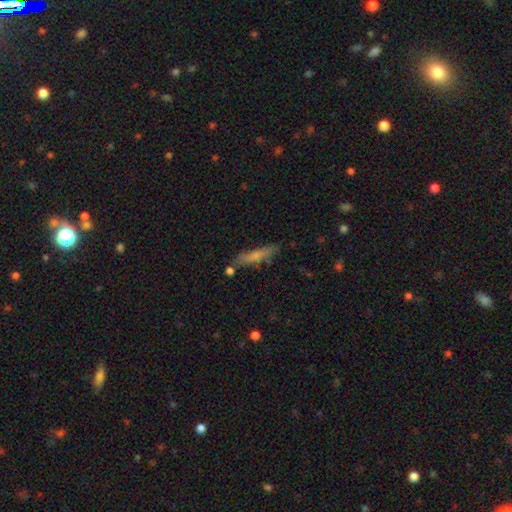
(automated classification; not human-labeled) Overall: smooth (67%). How rounded: cigar-shaped (85%). Merging: none (75%).